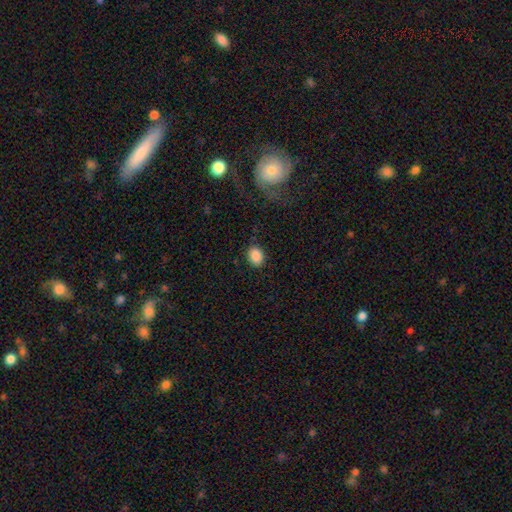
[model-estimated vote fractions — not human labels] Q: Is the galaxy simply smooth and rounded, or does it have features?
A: smooth — 87%.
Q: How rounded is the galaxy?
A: in between — 62%.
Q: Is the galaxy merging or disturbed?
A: none — 86%.